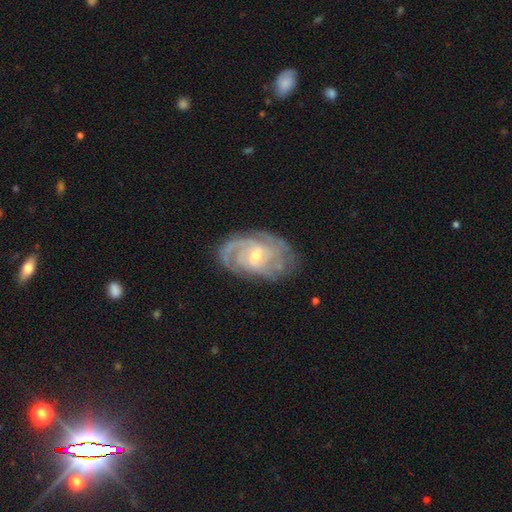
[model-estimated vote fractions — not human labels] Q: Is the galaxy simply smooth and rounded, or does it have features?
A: featured or disk — 88%.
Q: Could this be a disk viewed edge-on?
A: no — 96%.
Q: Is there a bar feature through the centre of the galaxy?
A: weak — 49%.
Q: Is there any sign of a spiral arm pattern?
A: yes — 96%.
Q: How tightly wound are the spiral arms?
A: tight — 65%.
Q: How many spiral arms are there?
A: can't tell — 29%.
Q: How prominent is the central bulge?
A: small — 52%.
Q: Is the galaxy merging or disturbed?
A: none — 74%.